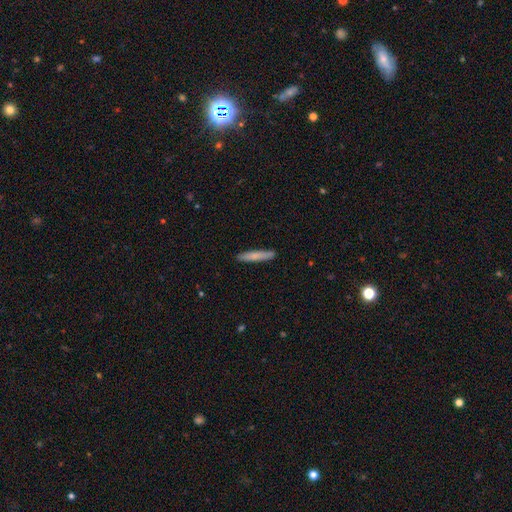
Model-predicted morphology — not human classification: This appears to be a smooth galaxy with no disk features (76%) that is cigar-shaped (94%). Merging: none (89%).